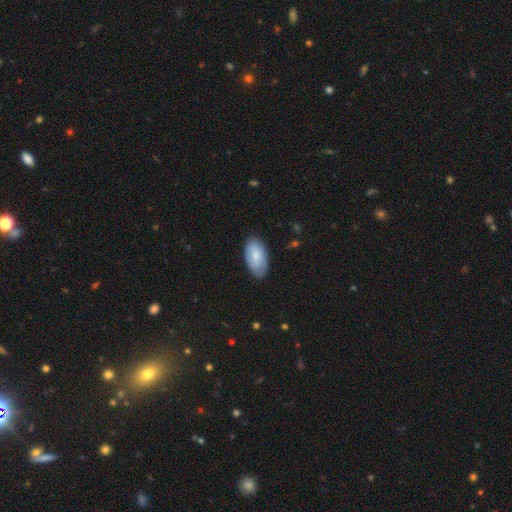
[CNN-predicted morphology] smooth 77%, featured or disk 18%, star or artifact 6%. Down the decision tree: how rounded — in between (95%); merging — none (79%).